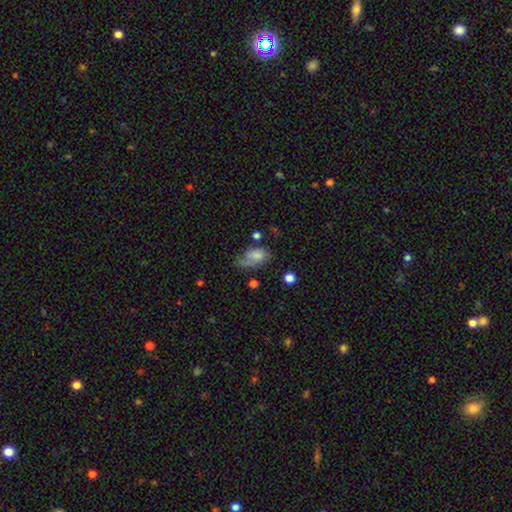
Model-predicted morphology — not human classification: smooth_or_featured: smooth (p=0.70) [alt: featured or disk p=0.21]
how_rounded: in between (p=0.90) [alt: round p=0.08]
merging: none (p=0.36) [alt: minor disturbance p=0.33]